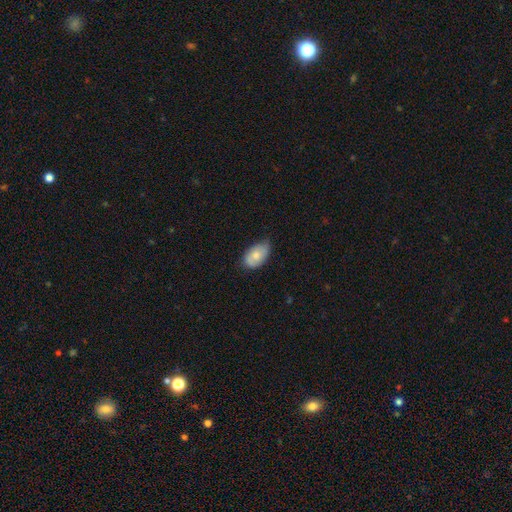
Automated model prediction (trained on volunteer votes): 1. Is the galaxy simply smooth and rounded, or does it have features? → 72% smooth, 21% featured or disk, 6% star or artifact.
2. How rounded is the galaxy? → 92% in between, 6% round, 2% cigar-shaped.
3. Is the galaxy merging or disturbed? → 60% none, 34% minor disturbance, 5% major disturbance, 1% merger.